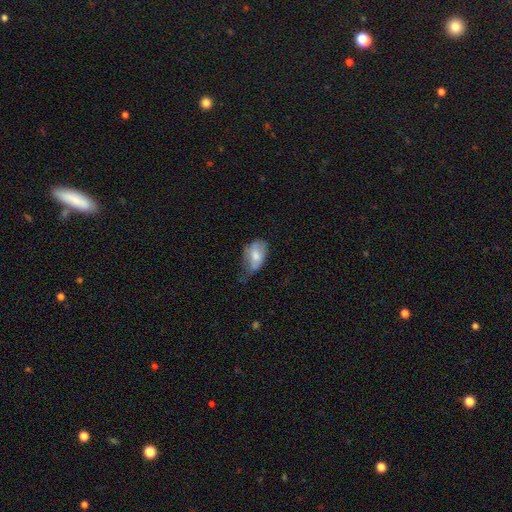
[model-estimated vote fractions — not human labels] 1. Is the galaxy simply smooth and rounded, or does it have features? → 67% smooth, 25% featured or disk, 7% star or artifact.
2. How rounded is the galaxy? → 91% in between, 6% round, 3% cigar-shaped.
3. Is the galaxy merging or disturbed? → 44% minor disturbance, 31% none, 22% major disturbance, 3% merger.